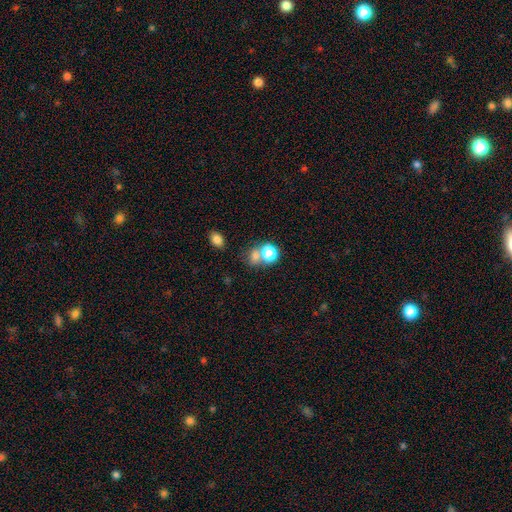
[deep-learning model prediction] Q: Smooth or featured?
A: smooth (71%); runner-up: star or artifact (20%)
Q: How rounded?
A: round (62%); runner-up: in between (37%)
Q: Merging?
A: none (47%); runner-up: merger (39%)